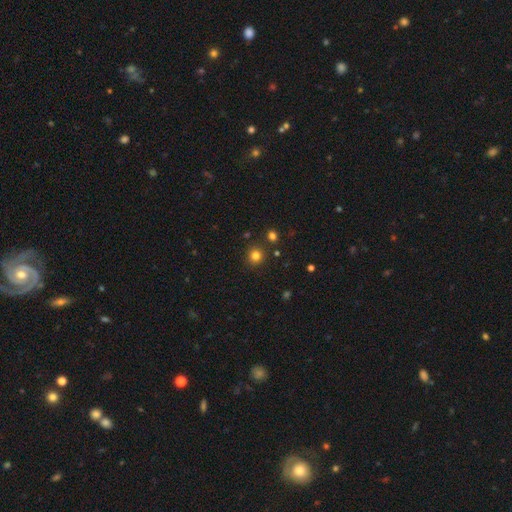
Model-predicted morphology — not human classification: smooth-or-featured: smooth: 80% | star or artifact: 15% | featured or disk: 5%
  how-rounded: round: 92% | in between: 7% | cigar-shaped: 1%
  merging: none: 88% | minor disturbance: 6% | merger: 4% | major disturbance: 2%